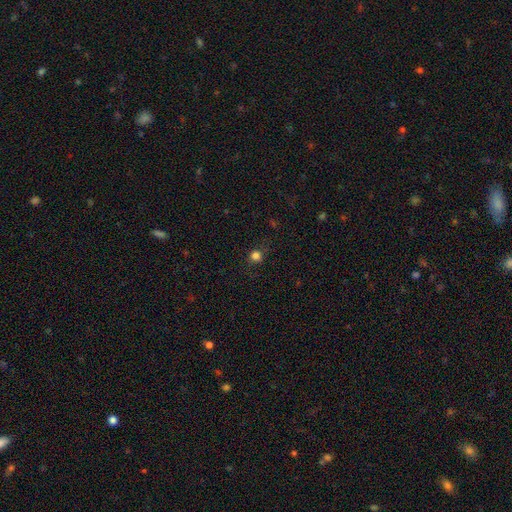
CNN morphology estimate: The model was most divided on "smooth or featured": smooth: 79%, star or artifact: 16%, featured or disk: 5%. More confident: how rounded — round (85%); merging — none (81%).